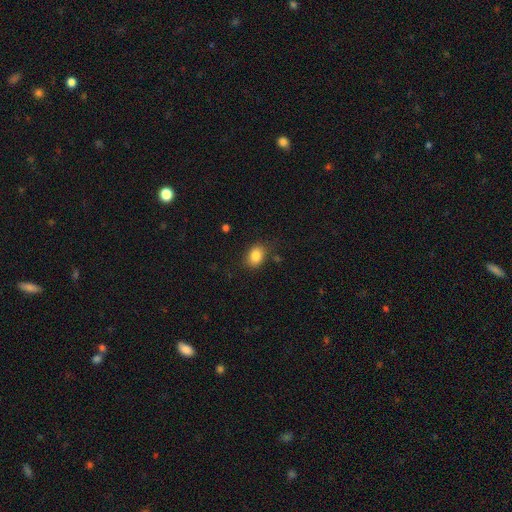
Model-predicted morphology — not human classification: smooth-or-featured: smooth: 85% | star or artifact: 9% | featured or disk: 6%
  how-rounded: in between: 65% | round: 34% | cigar-shaped: 1%
  merging: none: 77% | minor disturbance: 16% | major disturbance: 4% | merger: 2%